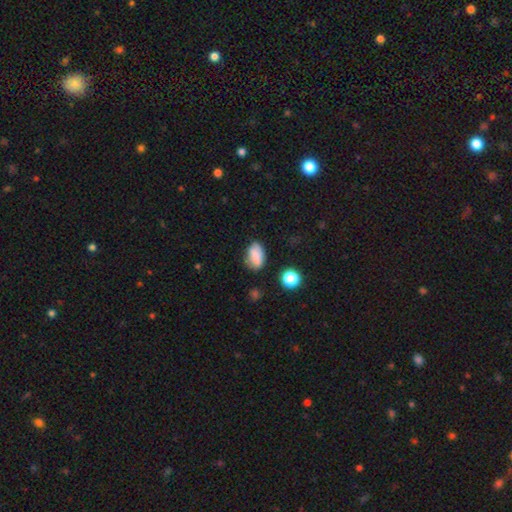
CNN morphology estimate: type=smooth (79%); roundness=in between (87%); merging=none (62%).